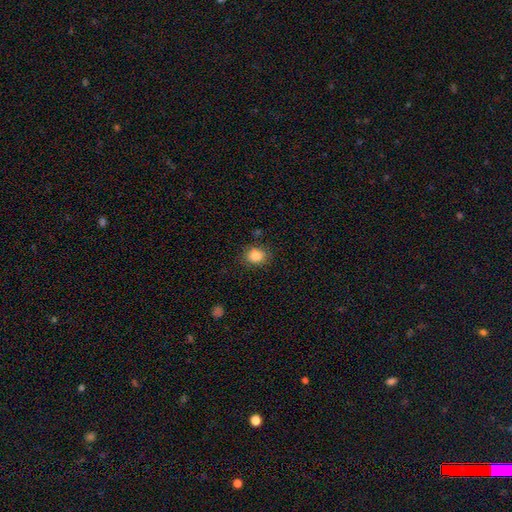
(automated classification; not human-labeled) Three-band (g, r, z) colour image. It shows a smooth galaxy with no disk features (84%) that is round (58%). Merging: none (82%).